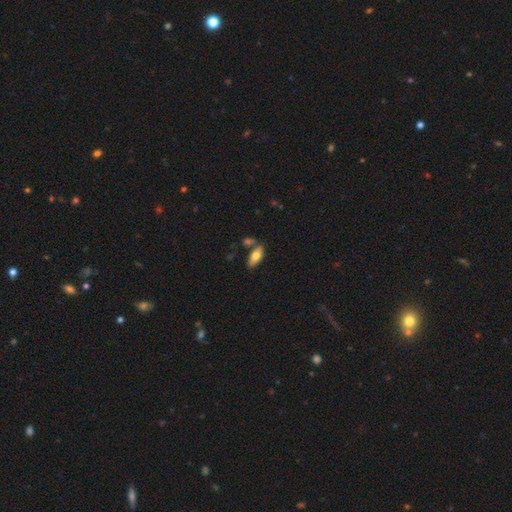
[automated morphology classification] Smooth or featured: smooth — 70% (featured or disk — 23%)
How rounded: in between — 82% (cigar-shaped — 16%)
Merging: none — 70% (merger — 14%)